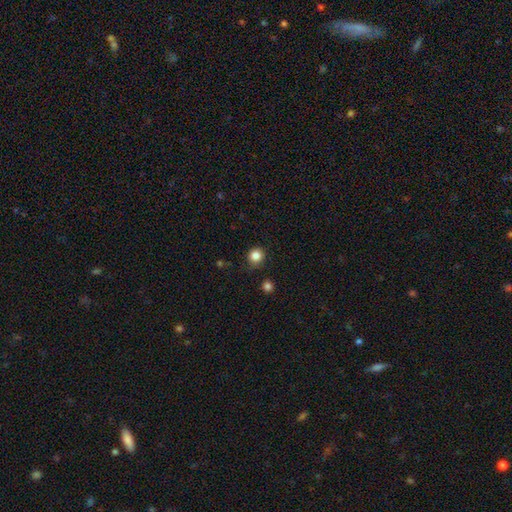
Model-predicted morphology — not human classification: Smooth or featured?
  - smooth: 85% *
  - star or artifact: 11%
  - featured or disk: 4%
How rounded?
  - round: 90% *
  - in between: 9%
  - cigar-shaped: 1%
Merging?
  - none: 87% *
  - minor disturbance: 9%
  - major disturbance: 2%
  - merger: 2%